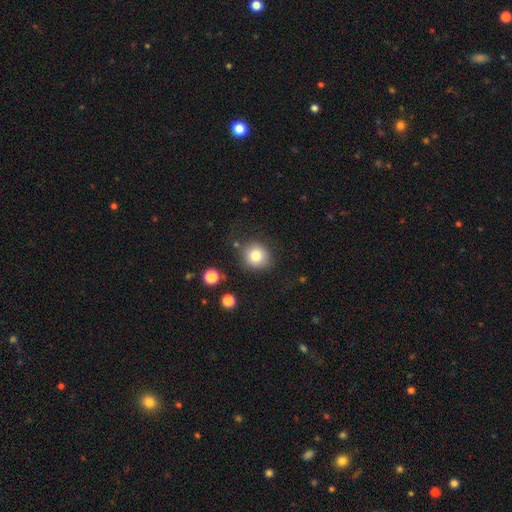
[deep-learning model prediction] Q: Smooth or featured?
A: smooth (81%); runner-up: star or artifact (11%)
Q: How rounded?
A: round (88%); runner-up: in between (11%)
Q: Merging?
A: none (81%); runner-up: minor disturbance (11%)